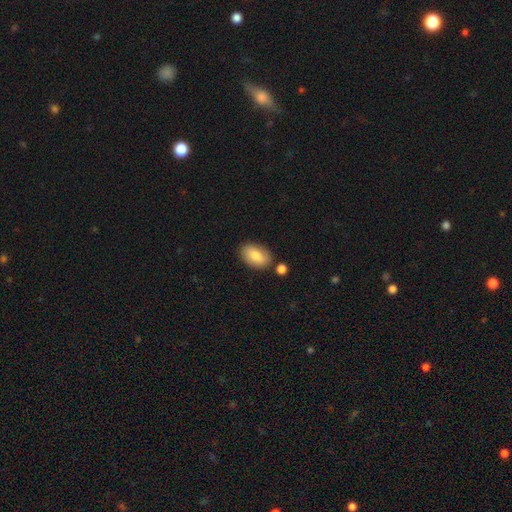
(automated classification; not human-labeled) Smooth or featured? smooth (81%)
How rounded? in between (91%)
Merging? none (77%)